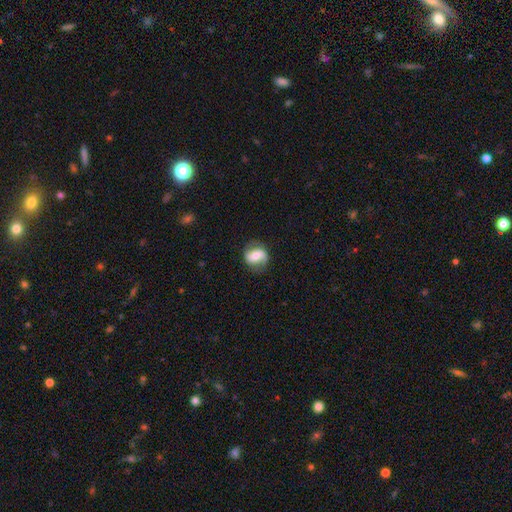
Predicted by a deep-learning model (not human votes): This appears to be a featured or disk galaxy (55%) with no bar (39%), spiral arms (81%) and a moderate central bulge (61%). Merging: none (75%).